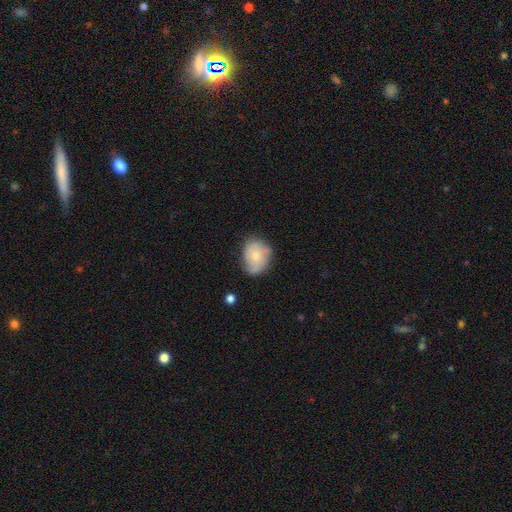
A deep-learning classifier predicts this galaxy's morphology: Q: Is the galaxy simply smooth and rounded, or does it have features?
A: smooth — 60%.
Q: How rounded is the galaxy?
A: in between — 53%.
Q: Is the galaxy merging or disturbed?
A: none — 60%.